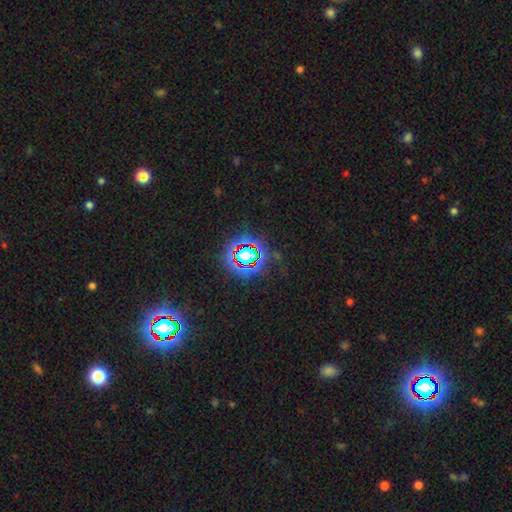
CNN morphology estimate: The model was most divided on "smooth or featured": star or artifact: 78%, smooth: 13%, featured or disk: 9%.